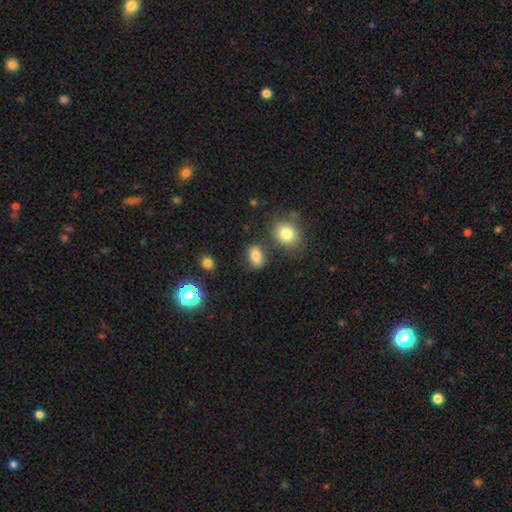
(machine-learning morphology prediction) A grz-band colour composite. It shows a smooth galaxy with no disk features (81%) that is in between round and cigar-shaped (82%). Merging: none (78%).